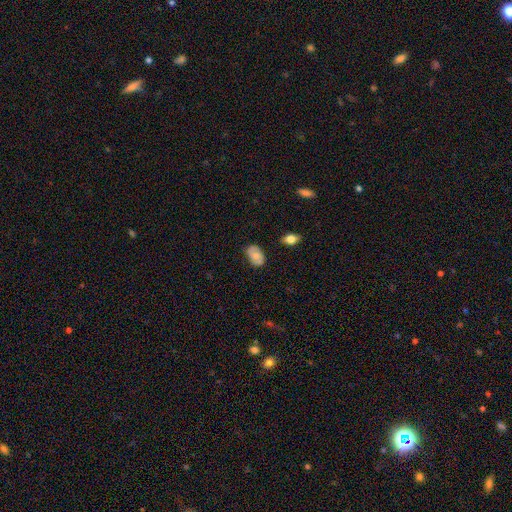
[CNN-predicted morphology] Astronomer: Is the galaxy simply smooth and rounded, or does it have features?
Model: smooth — 55% (runner-up: featured or disk, 38%).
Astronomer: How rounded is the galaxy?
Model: in between — 85%.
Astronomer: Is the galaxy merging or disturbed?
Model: none — 74%.